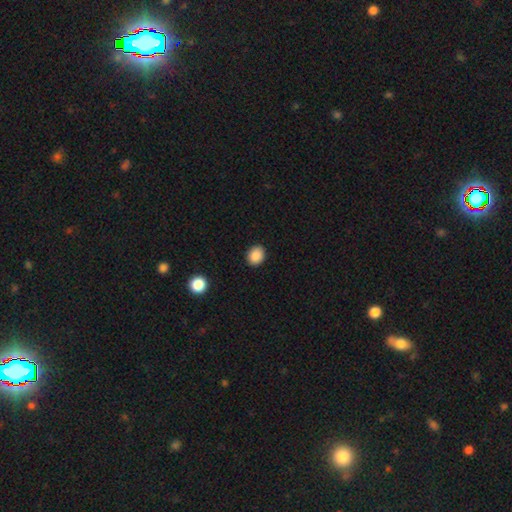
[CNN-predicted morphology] smooth_or_featured: smooth (p=0.87) [alt: star or artifact p=0.09]
how_rounded: round (p=0.60) [alt: in between p=0.39]
merging: none (p=0.90) [alt: minor disturbance p=0.07]